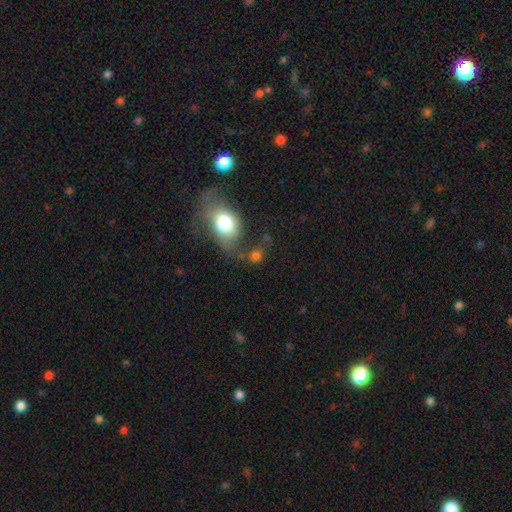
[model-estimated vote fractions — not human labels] The model was most divided on "how rounded": round: 58%, in between: 40%, cigar-shaped: 2%. Remaining: smooth or featured — smooth (70%); merging — none (44%).